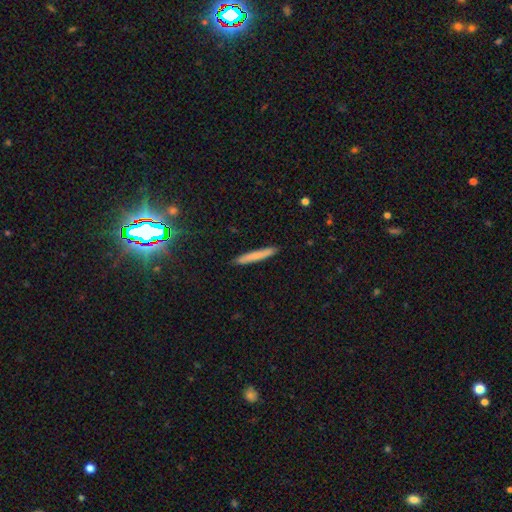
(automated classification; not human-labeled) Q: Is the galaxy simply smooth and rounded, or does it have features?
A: smooth — 73%.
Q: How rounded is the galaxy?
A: cigar-shaped — 96%.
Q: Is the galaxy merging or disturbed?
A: none — 90%.